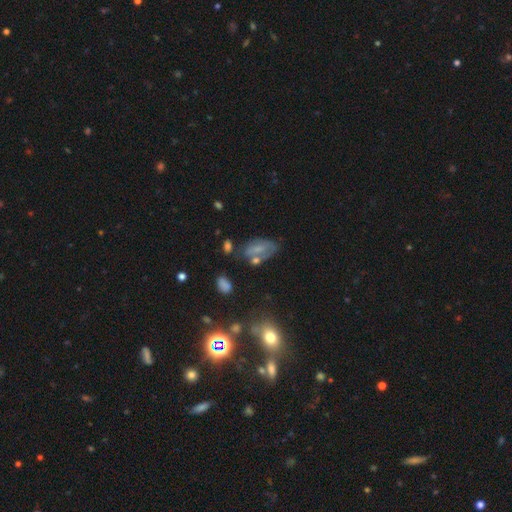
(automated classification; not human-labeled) smooth 53%, featured or disk 36%, star or artifact 11%. Down the decision tree: how rounded — in between (89%); merging — none (45%).